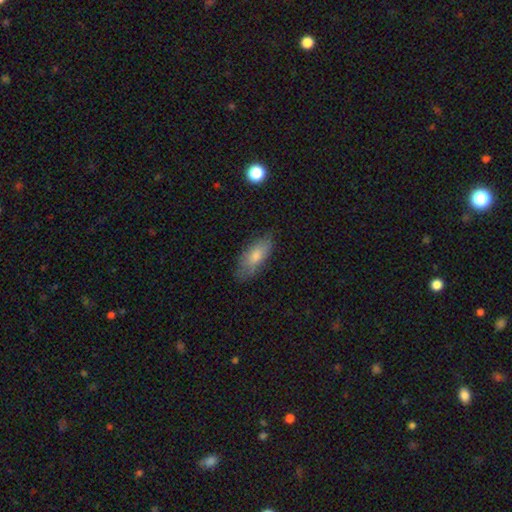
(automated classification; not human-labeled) Smooth or featured: smooth — 72% (featured or disk — 21%)
How rounded: in between — 74% (cigar-shaped — 23%)
Merging: none — 74% (minor disturbance — 20%)